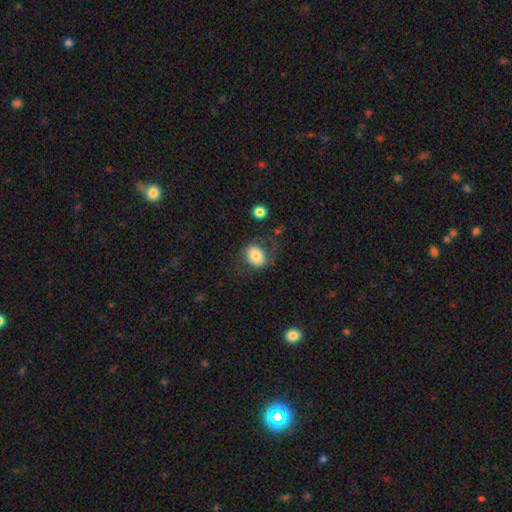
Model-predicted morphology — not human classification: The model was most divided on "how rounded": round: 50%, in between: 49%, cigar-shaped: 1%. More confident: smooth or featured — smooth (74%); merging — none (66%).